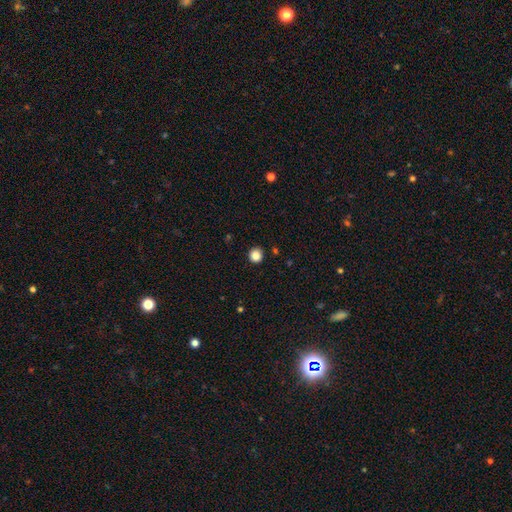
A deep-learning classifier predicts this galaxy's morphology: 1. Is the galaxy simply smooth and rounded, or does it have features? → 86% smooth, 11% star or artifact, 3% featured or disk.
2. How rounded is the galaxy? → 93% round, 6% in between, 1% cigar-shaped.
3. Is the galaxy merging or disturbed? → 91% none, 6% minor disturbance, 2% major disturbance, 1% merger.